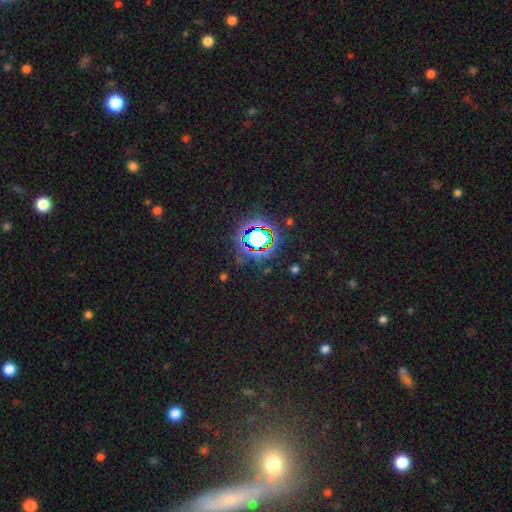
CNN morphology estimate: Overall: star or artifact (79%).